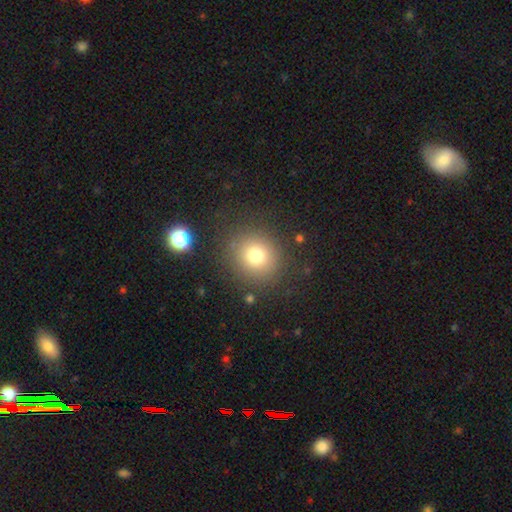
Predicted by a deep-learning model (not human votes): Morphology: type=smooth (77%); roundness=round (88%); merging=none (85%).